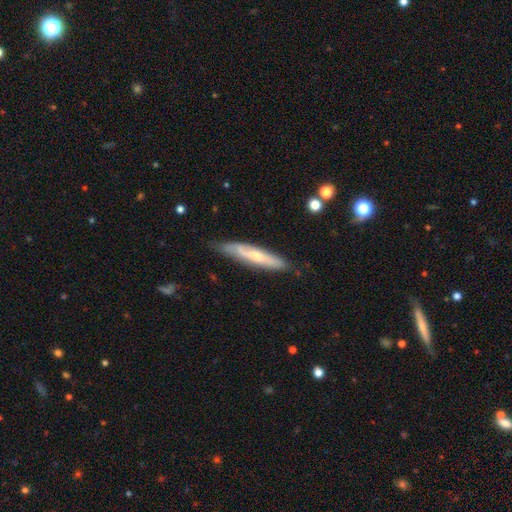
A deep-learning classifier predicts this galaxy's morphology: A featured or disk galaxy (52%) viewed edge-on (67%). Merging: none (73%).